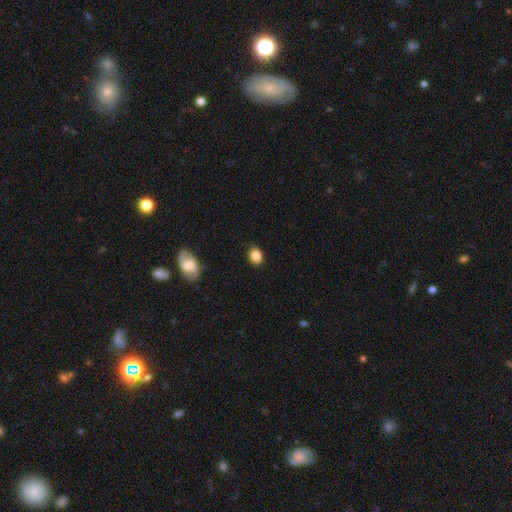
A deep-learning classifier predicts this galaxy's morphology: smooth-or-featured: smooth: 86% | star or artifact: 9% | featured or disk: 5%
  how-rounded: round: 52% | in between: 46% | cigar-shaped: 1%
  merging: none: 88% | minor disturbance: 8% | major disturbance: 2% | merger: 1%